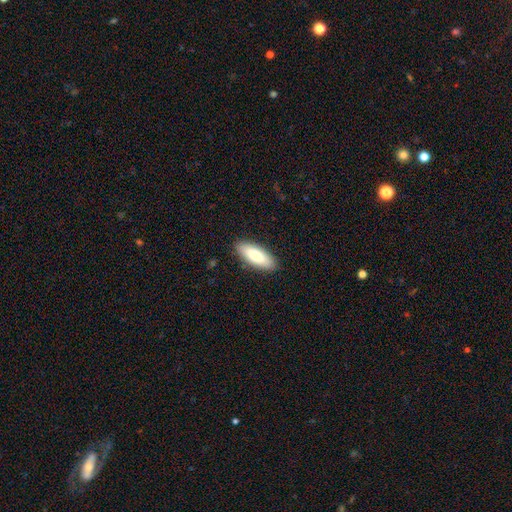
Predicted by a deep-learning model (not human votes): A smooth galaxy with no disk features (80%) that is in between round and cigar-shaped (71%).

Vote fractions:
- Smooth or featured? smooth: 80% / featured or disk: 14% / star or artifact: 6%
- How rounded? in between: 71% / cigar-shaped: 27% / round: 2%
- Merging? none: 89% / minor disturbance: 8% / major disturbance: 2% / merger: 1%